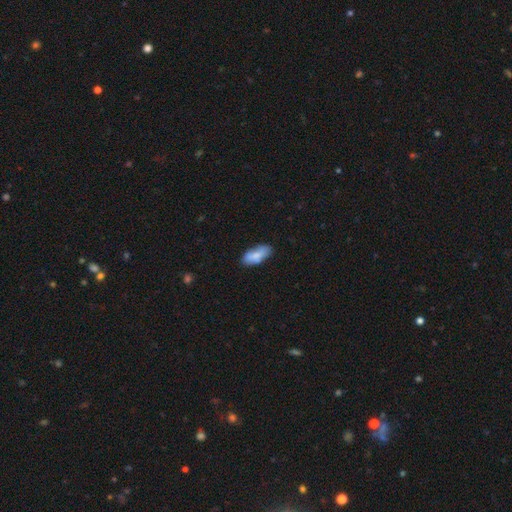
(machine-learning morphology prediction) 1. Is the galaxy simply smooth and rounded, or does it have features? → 79% smooth, 15% featured or disk, 6% star or artifact.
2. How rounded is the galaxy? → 81% in between, 17% cigar-shaped, 2% round.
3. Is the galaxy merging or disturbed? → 73% none, 20% minor disturbance, 4% major disturbance, 4% merger.